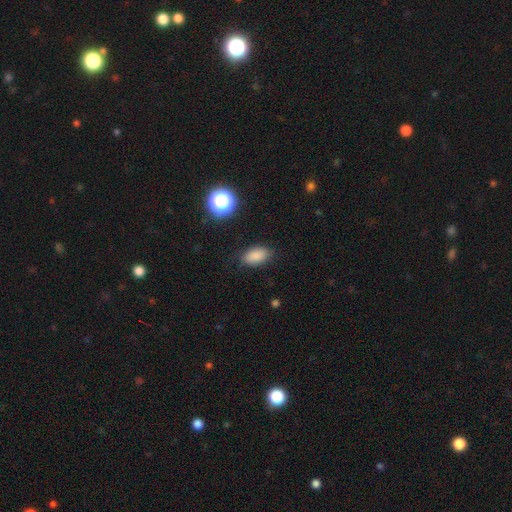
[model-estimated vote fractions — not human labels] smooth 85%, star or artifact 10%, featured or disk 5%. Down the decision tree: how rounded — in between (90%); merging — none (84%).